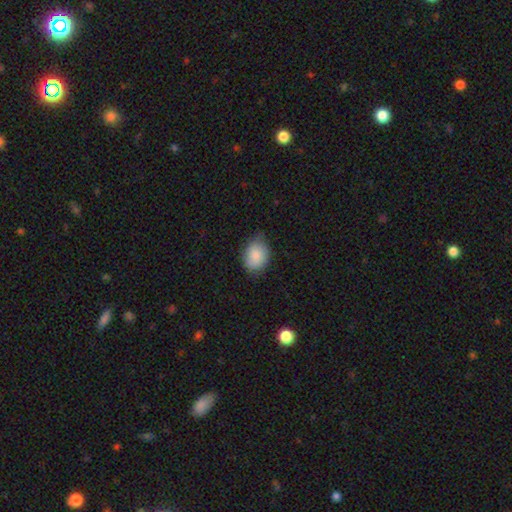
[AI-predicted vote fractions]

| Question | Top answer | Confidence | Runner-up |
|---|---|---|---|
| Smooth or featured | smooth | 85% | featured or disk (8%) |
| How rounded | in between | 67% | round (32%) |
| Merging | none | 65% | minor disturbance (29%) |